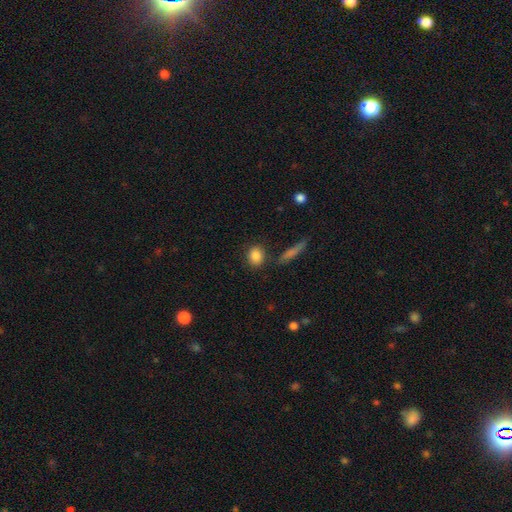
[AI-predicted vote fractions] Q: Smooth or featured?
A: smooth (85%); runner-up: star or artifact (8%)
Q: How rounded?
A: round (59%); runner-up: in between (37%)
Q: Merging?
A: none (81%); runner-up: minor disturbance (10%)